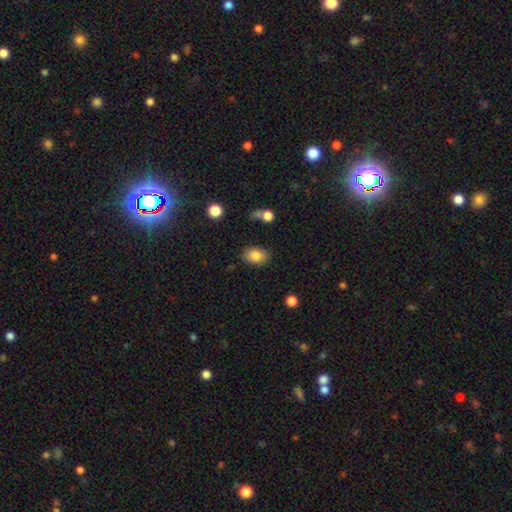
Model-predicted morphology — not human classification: Smooth or featured: smooth — 83% (featured or disk — 9%)
How rounded: in between — 82% (round — 17%)
Merging: none — 82% (minor disturbance — 12%)